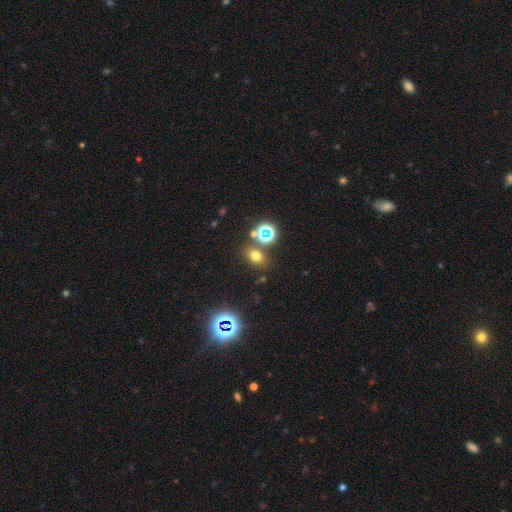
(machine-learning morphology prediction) Smooth or featured?
  - smooth: 64% *
  - star or artifact: 27%
  - featured or disk: 10%
How rounded?
  - in between: 58% *
  - round: 41%
  - cigar-shaped: 1%
Merging?
  - none: 74% *
  - merger: 11%
  - minor disturbance: 11%
  - major disturbance: 4%